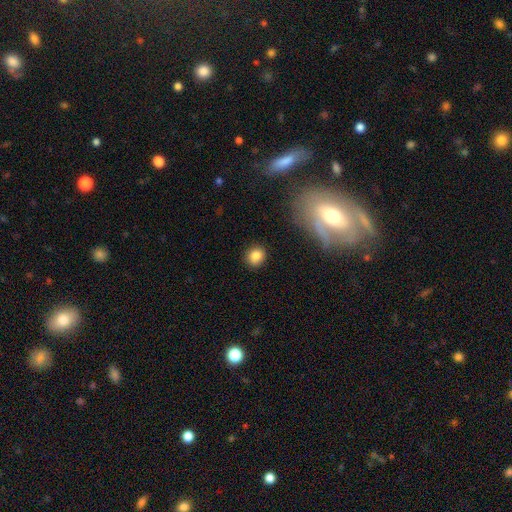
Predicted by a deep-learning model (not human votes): The model was most divided on "how rounded": round: 77%, in between: 22%, cigar-shaped: 1%. More confident: merging — none (87%); smooth or featured — smooth (85%).